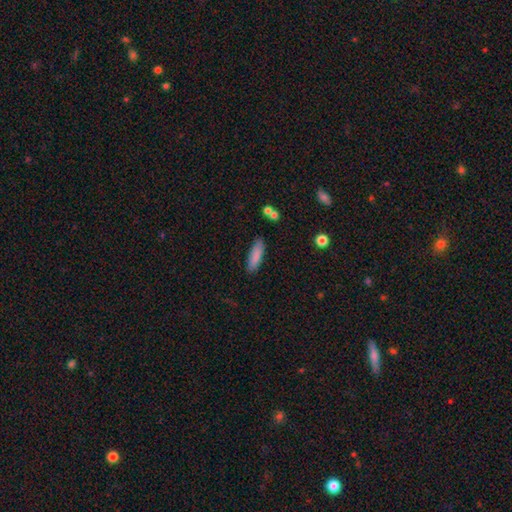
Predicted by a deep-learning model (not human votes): This is clearly a smooth galaxy (86%). How rounded: likely cigar-shaped (60%). Merging: clearly none (84%).